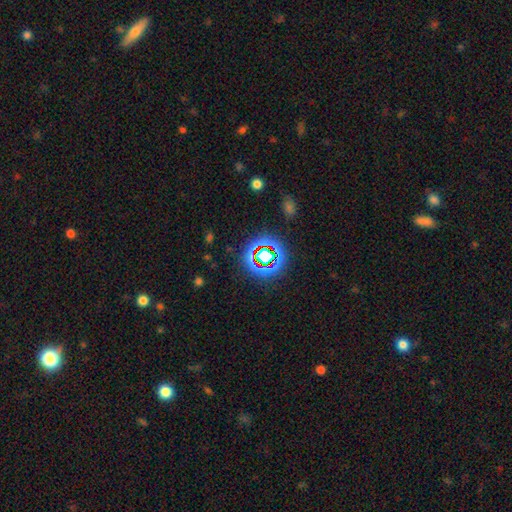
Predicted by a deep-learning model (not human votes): star or artifact 68%, smooth 22%, featured or disk 10%.